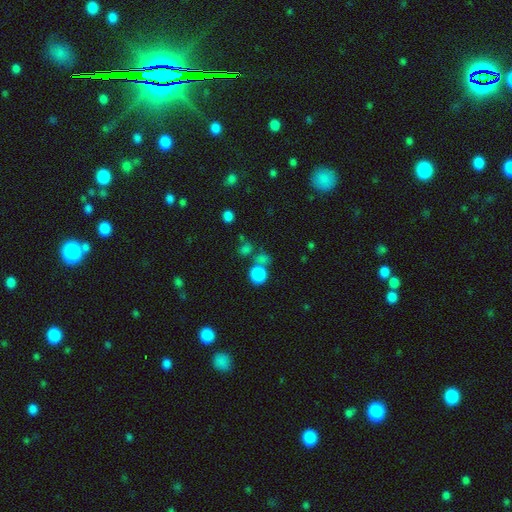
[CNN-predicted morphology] smooth-or-featured: star or artifact: 59% | smooth: 30% | featured or disk: 11%